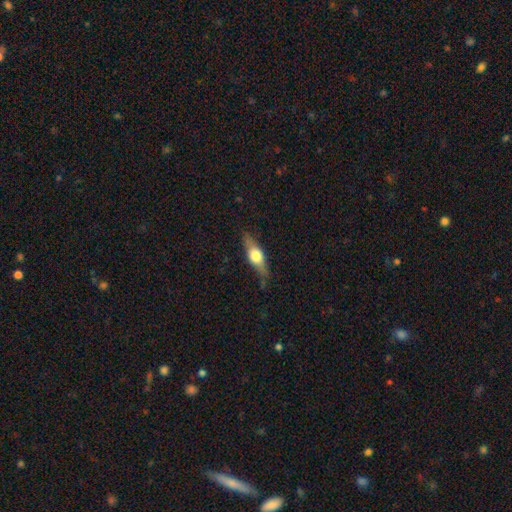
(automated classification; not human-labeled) Smooth or featured? Predicted: featured or disk (p=0.52). Edge-on disk? Predicted: yes (p=0.90). Merging? Predicted: none (p=0.80).